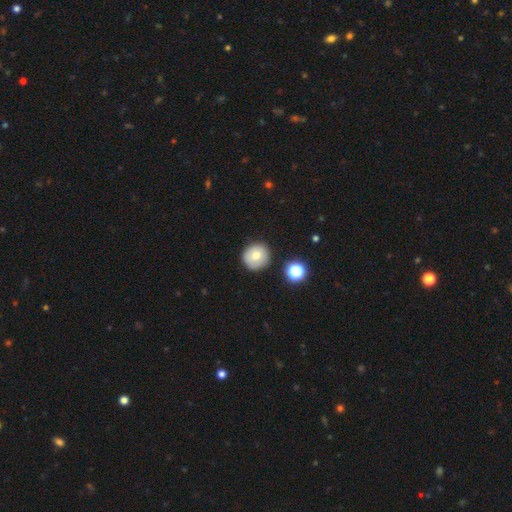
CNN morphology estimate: smooth-or-featured: smooth: 75% | featured or disk: 15% | star or artifact: 10%
  how-rounded: round: 93% | in between: 6% | cigar-shaped: 1%
  merging: none: 85% | minor disturbance: 9% | merger: 3% | major disturbance: 2%